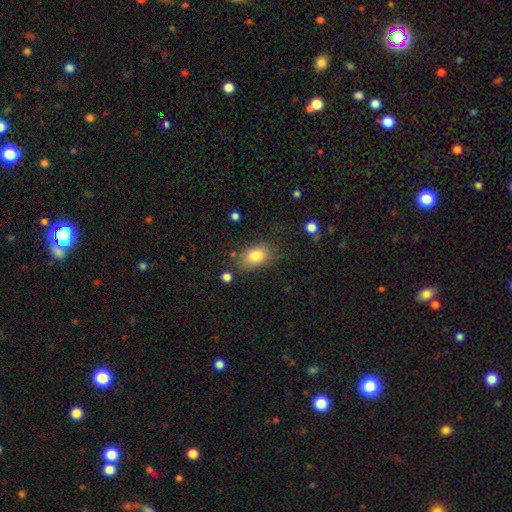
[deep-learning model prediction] Smooth or featured: smooth — 82% (featured or disk — 9%)
How rounded: in between — 80% (round — 18%)
Merging: none — 72% (minor disturbance — 18%)